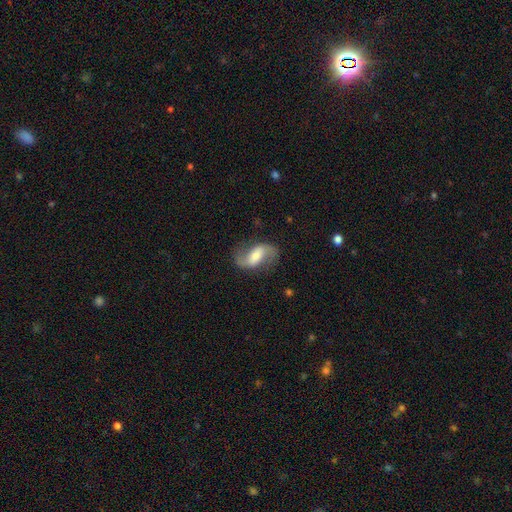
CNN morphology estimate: Q: Smooth or featured?
A: featured or disk (76%); runner-up: smooth (18%)
Q: Edge-on disk?
A: no (96%); runner-up: yes (4%)
Q: Bar?
A: weak (42%); runner-up: strong (37%)
Q: Spiral arms?
A: yes (93%); runner-up: no (7%)
Q: Spiral winding?
A: loose (65%); runner-up: medium (28%)
Q: Spiral arm count?
A: 2 (92%); runner-up: can't tell (3%)
Q: Bulge size?
A: moderate (45%); runner-up: small (27%)
Q: Merging?
A: none (76%); runner-up: minor disturbance (15%)